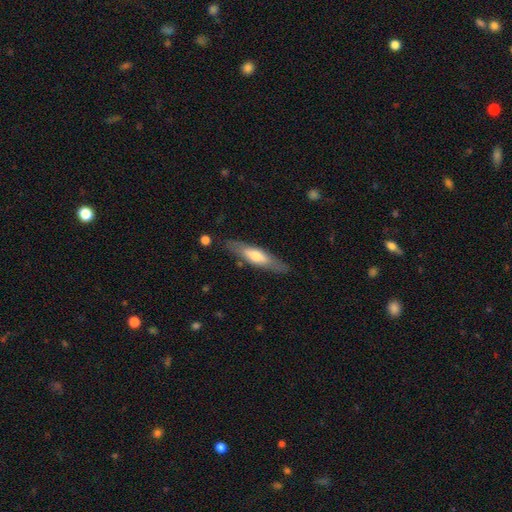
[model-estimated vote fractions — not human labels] Smooth or featured? smooth (51%)
How rounded? cigar-shaped (70%)
Merging? none (82%)